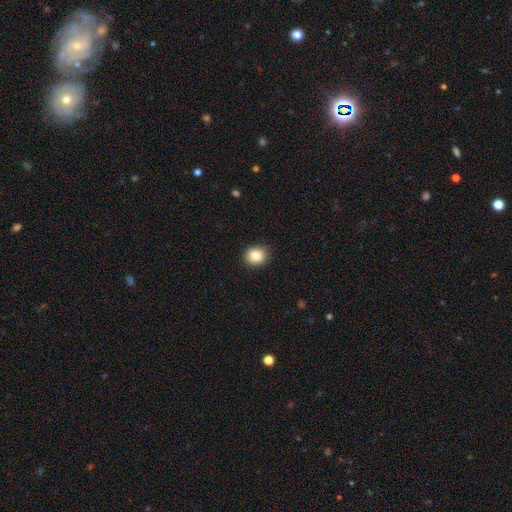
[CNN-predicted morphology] smooth 84%, star or artifact 9%, featured or disk 6%. Down the decision tree: how rounded — round (64%); merging — none (88%).